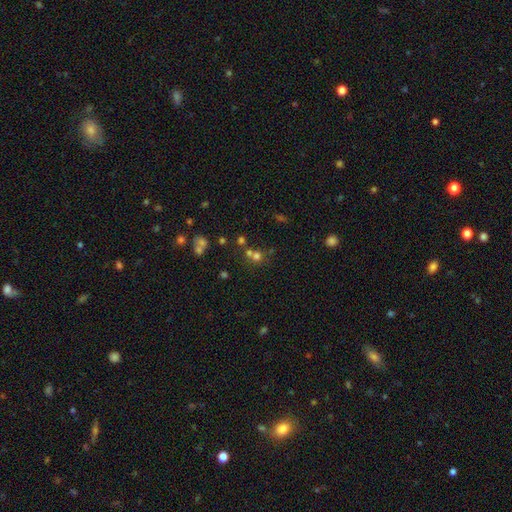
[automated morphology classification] type=smooth (60%); roundness=round (86%); merging=none (52%).